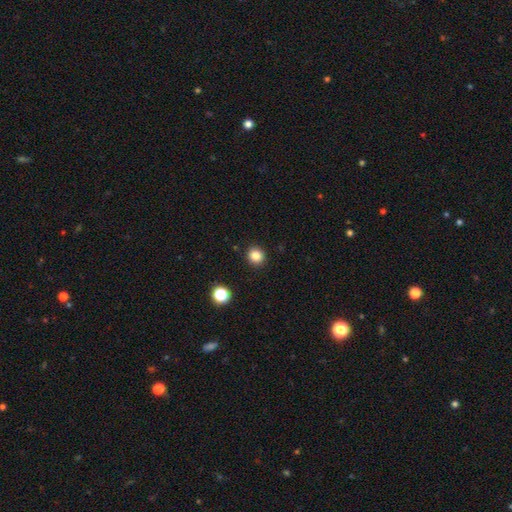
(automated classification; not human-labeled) Smooth or featured? smooth (84%)
How rounded? round (88%)
Merging? none (92%)